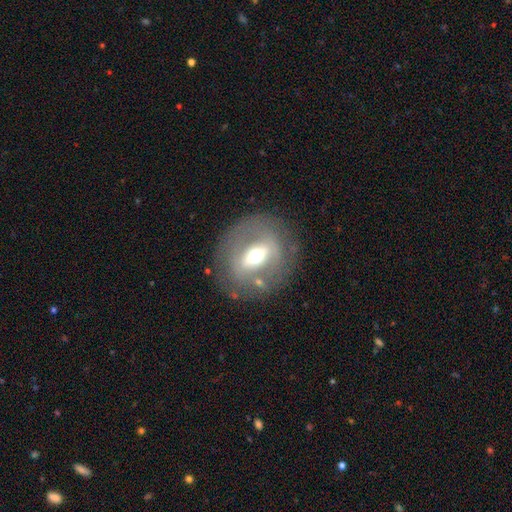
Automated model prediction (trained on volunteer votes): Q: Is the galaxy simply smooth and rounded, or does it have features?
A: featured or disk — 61%.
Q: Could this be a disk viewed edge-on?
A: no — 84%.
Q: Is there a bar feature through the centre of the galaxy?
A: strong — 45%.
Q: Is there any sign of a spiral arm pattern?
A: no — 77%.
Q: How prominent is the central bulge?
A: moderate — 70%.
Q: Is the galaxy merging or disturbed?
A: none — 77%.